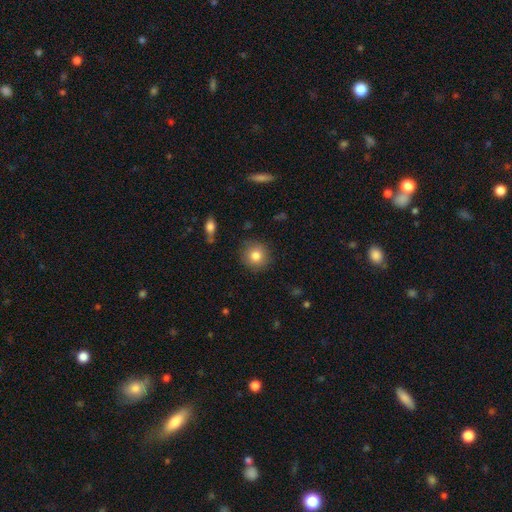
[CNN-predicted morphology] type=smooth (81%); roundness=round (92%); merging=none (87%).